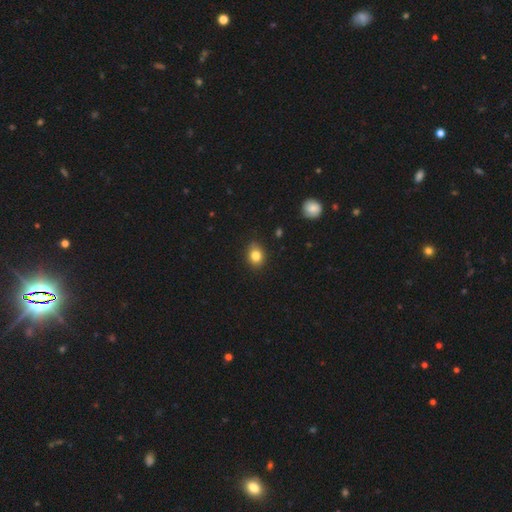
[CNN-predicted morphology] A smooth galaxy with no disk features (83%) that is round (54%). Merging: none (83%).